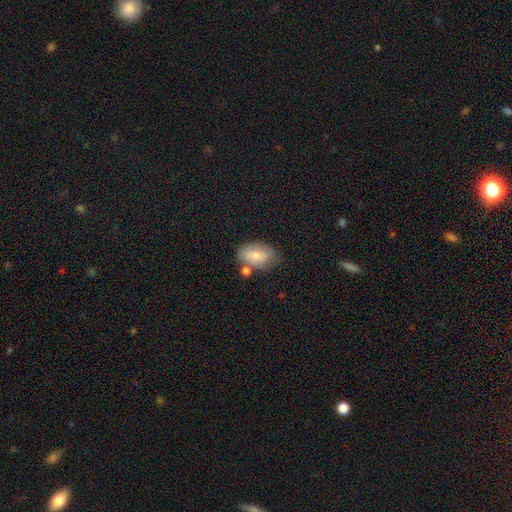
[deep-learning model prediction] A smooth galaxy with no disk features (72%) that is in between round and cigar-shaped (89%). Merging: none (57%).